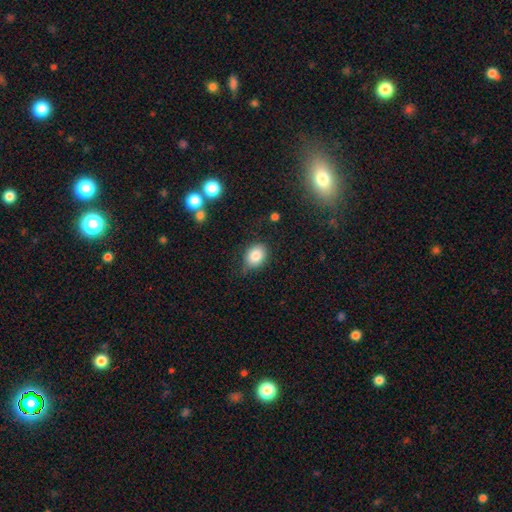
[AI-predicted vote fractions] A smooth galaxy with no disk features (84%) that is in between round and cigar-shaped (57%). Merging: none (76%).